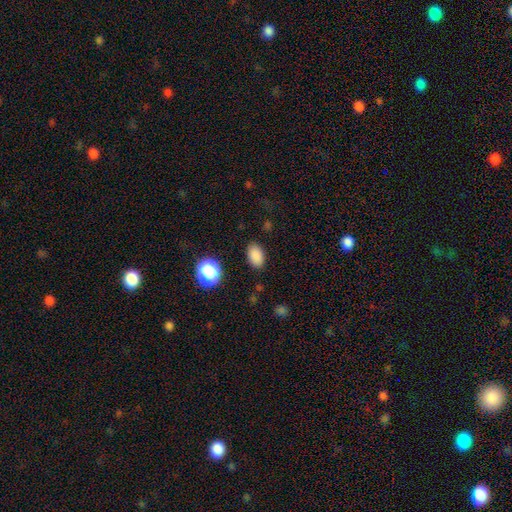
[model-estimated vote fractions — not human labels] Smooth or featured? Predicted: smooth (p=0.85). How rounded? Predicted: in between (p=0.88). Merging? Predicted: none (p=0.86).